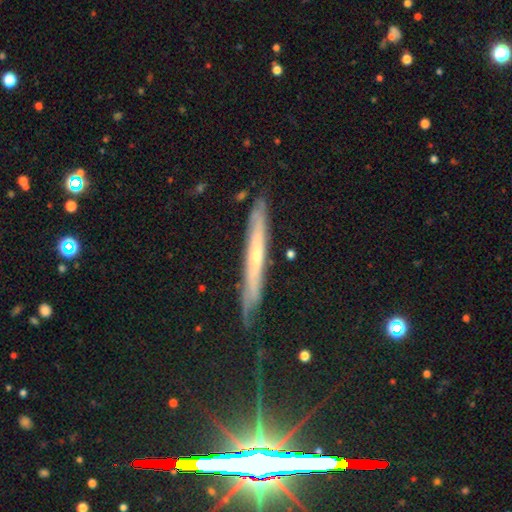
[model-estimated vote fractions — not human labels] This is likely a featured or disk galaxy (66%). It is clearly viewed edge-on (86%). Edge-on bulge: possibly rounded (53%). Merging: clearly none (81%).